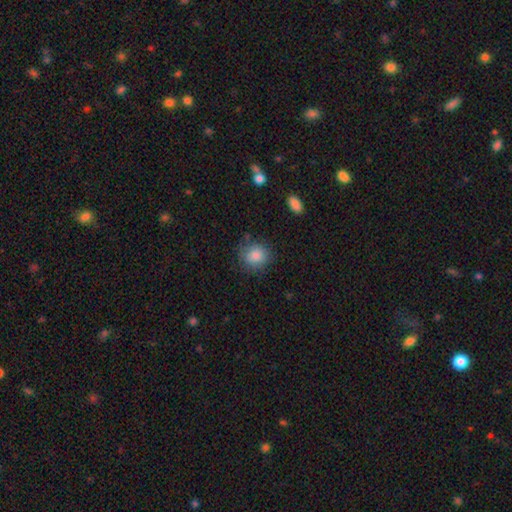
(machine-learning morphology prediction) Smooth or featured: smooth — 86% (star or artifact — 9%)
How rounded: round — 81% (in between — 19%)
Merging: none — 76% (minor disturbance — 17%)